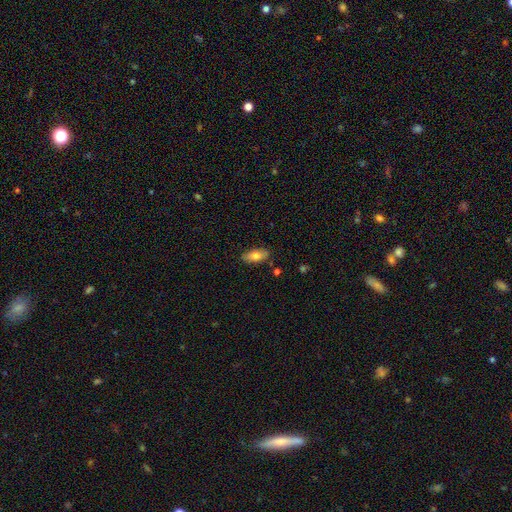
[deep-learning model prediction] A smooth galaxy with no disk features (76%) that is in between round and cigar-shaped (86%).

Vote fractions:
- Smooth or featured? smooth: 76% / featured or disk: 18% / star or artifact: 7%
- How rounded? in between: 86% / cigar-shaped: 11% / round: 3%
- Merging? none: 85% / minor disturbance: 11% / major disturbance: 2% / merger: 2%